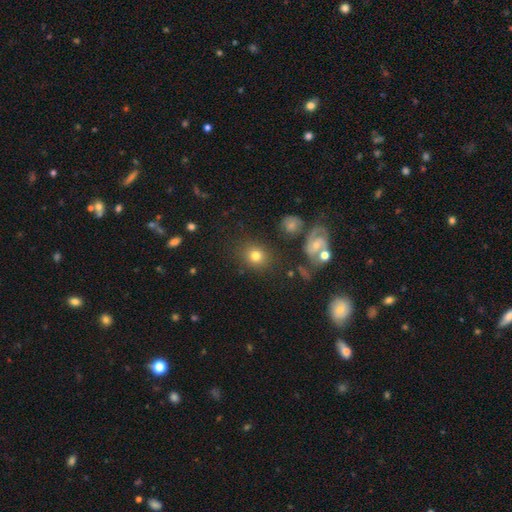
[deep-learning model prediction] A smooth galaxy with no disk features (77%) that is round (74%).

Vote fractions:
- Smooth or featured? smooth: 77% / star or artifact: 12% / featured or disk: 11%
- How rounded? round: 74% / in between: 25% / cigar-shaped: 1%
- Merging? none: 81% / minor disturbance: 10% / merger: 5% / major disturbance: 4%